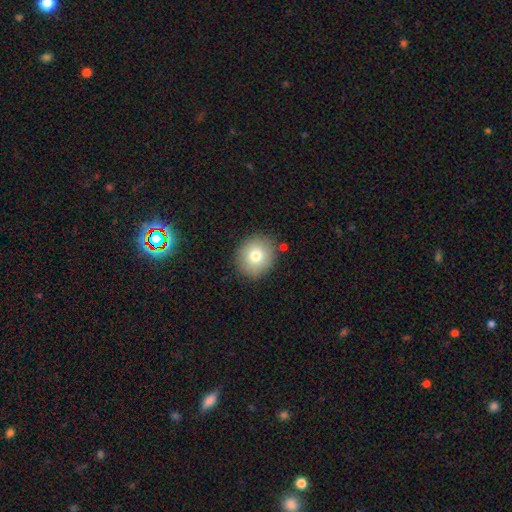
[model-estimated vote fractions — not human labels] smooth_or_featured: smooth (p=0.77) [alt: featured or disk p=0.13]
how_rounded: round (p=0.81) [alt: in between p=0.19]
merging: none (p=0.86) [alt: minor disturbance p=0.09]